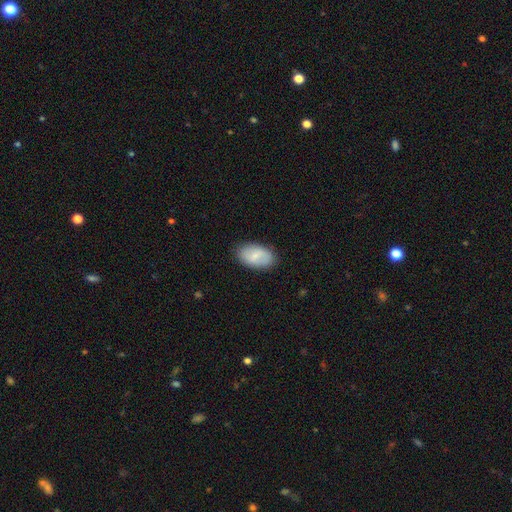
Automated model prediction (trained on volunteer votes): Smooth or featured? smooth (66%)
How rounded? in between (93%)
Merging? none (84%)